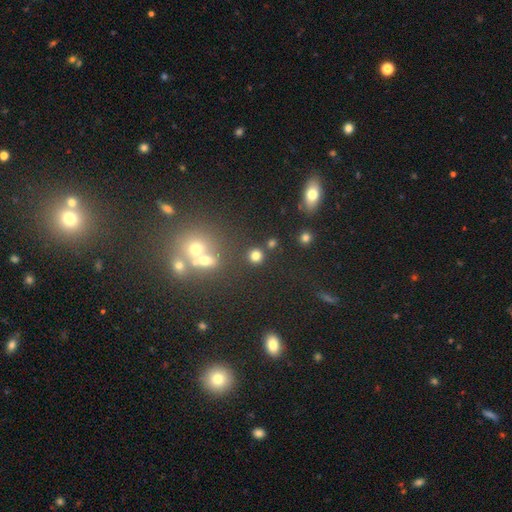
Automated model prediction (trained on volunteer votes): Smooth or featured? Predicted: smooth (p=0.76). How rounded? Predicted: round (p=0.89). Merging? Predicted: none (p=0.80).